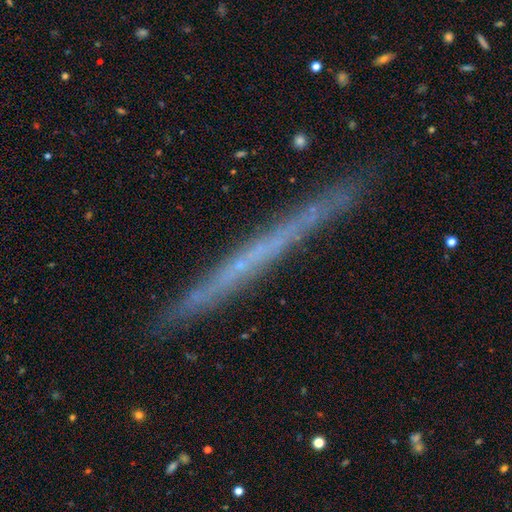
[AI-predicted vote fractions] featured or disk 56%, smooth 34%, star or artifact 9%. Down the decision tree: edge-on disk — yes (96%); edge-on bulge — none (94%); merging — none (89%).